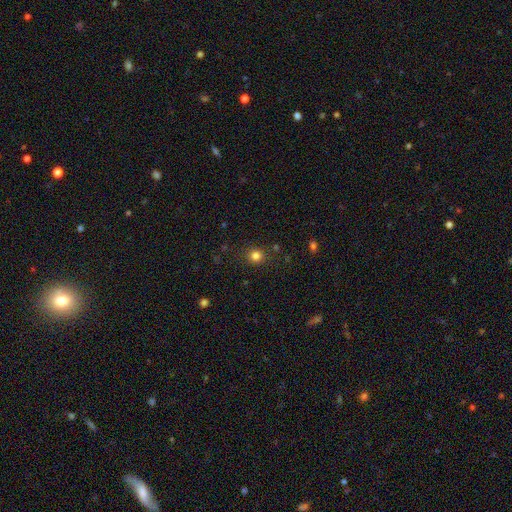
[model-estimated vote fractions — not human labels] A smooth galaxy with no disk features (81%) that is round (87%).

Vote fractions:
- Smooth or featured? smooth: 81% / star or artifact: 14% / featured or disk: 5%
- How rounded? round: 87% / in between: 12% / cigar-shaped: 1%
- Merging? none: 87% / minor disturbance: 8% / major disturbance: 3% / merger: 2%